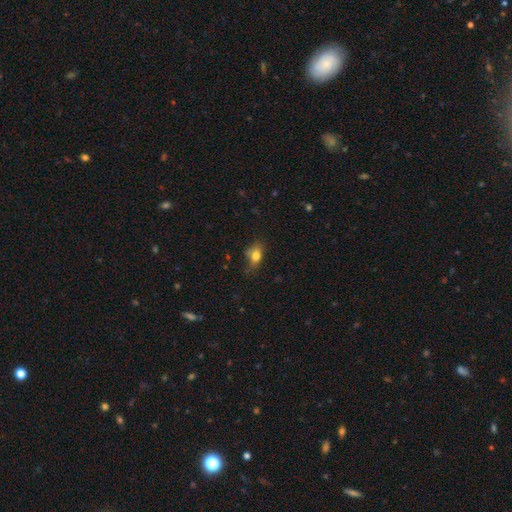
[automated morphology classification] A smooth galaxy with no disk features (79%) that is in between round and cigar-shaped (75%).

Vote fractions:
- Smooth or featured? smooth: 79% / featured or disk: 10% / star or artifact: 10%
- How rounded? in between: 75% / round: 22% / cigar-shaped: 4%
- Merging? none: 58% / minor disturbance: 30% / major disturbance: 9% / merger: 3%